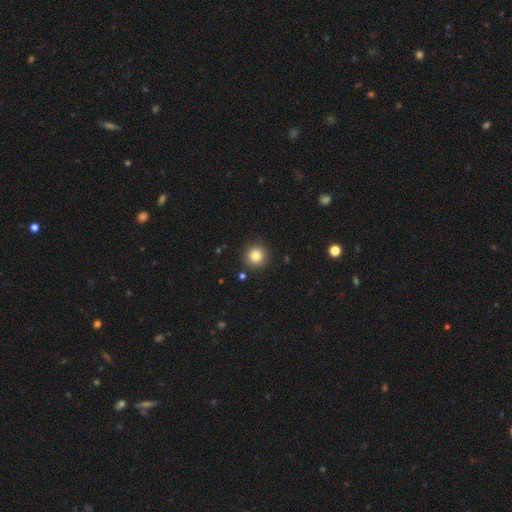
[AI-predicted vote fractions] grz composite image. It shows a smooth galaxy with no disk features (83%) that is round (94%). Merging: none (89%).